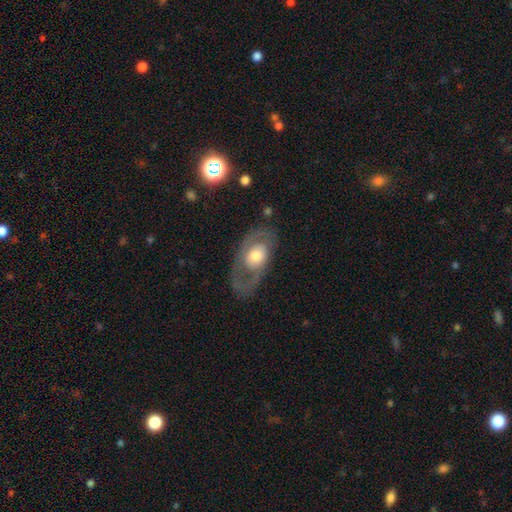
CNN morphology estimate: Q: Smooth or featured?
A: featured or disk (63%); runner-up: smooth (31%)
Q: Edge-on disk?
A: no (90%); runner-up: yes (10%)
Q: Bar?
A: no (80%); runner-up: weak (16%)
Q: Spiral arms?
A: no (51%); runner-up: yes (49%)
Q: Bulge size?
A: moderate (54%); runner-up: large (30%)
Q: Merging?
A: none (70%); runner-up: minor disturbance (16%)